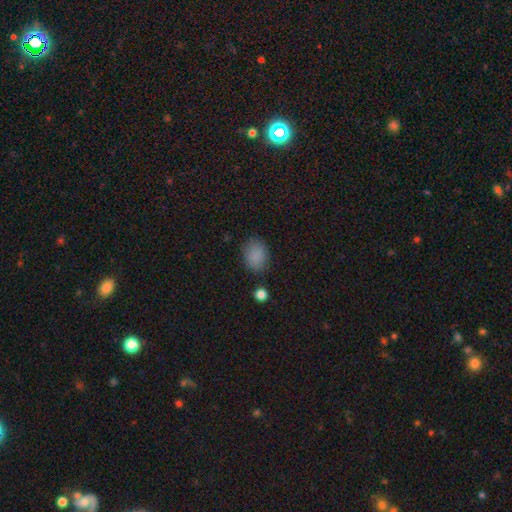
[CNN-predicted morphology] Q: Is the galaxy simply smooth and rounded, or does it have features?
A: smooth — 86%.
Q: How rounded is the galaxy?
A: in between — 52%.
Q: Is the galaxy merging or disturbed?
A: none — 79%.